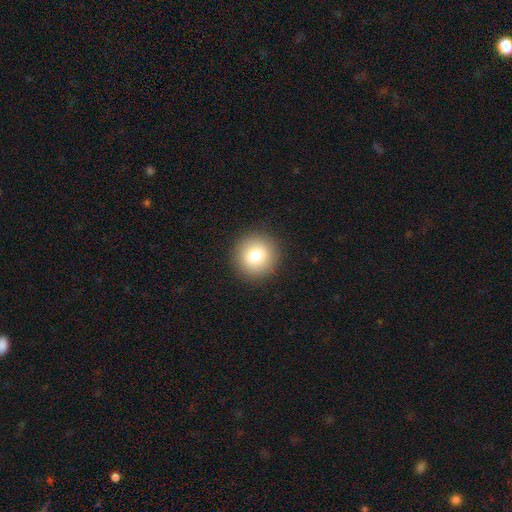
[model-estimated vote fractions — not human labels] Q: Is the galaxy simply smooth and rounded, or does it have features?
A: smooth — 79%.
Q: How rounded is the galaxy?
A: round — 92%.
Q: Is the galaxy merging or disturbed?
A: none — 91%.